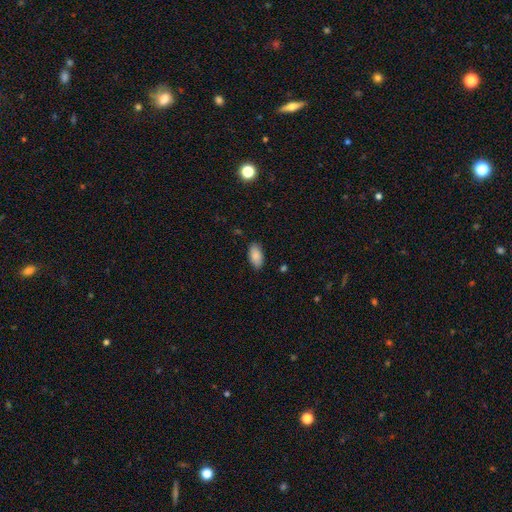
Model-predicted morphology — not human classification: smooth_or_featured: smooth (p=0.88) [alt: star or artifact p=0.07]
how_rounded: in between (p=0.94) [alt: cigar-shaped p=0.04]
merging: none (p=0.86) [alt: minor disturbance p=0.11]